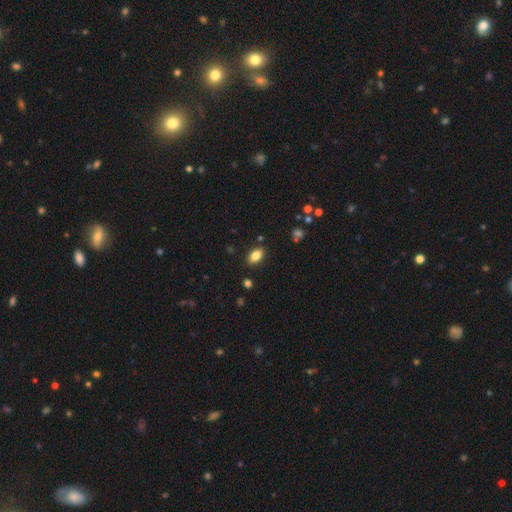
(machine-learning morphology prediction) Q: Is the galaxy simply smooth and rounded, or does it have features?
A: smooth — 83%.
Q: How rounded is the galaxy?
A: in between — 91%.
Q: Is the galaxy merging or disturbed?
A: none — 86%.